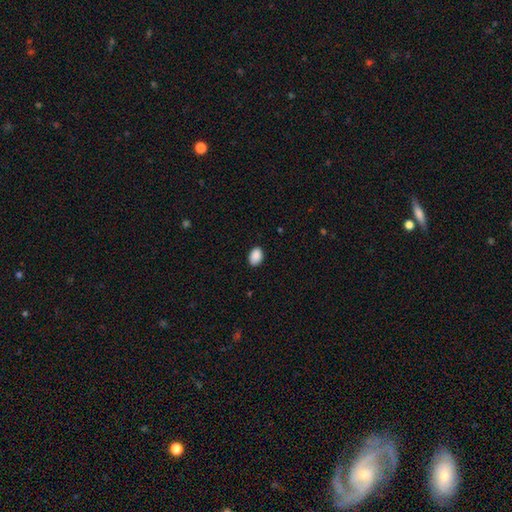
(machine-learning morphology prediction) Smooth or featured? Predicted: smooth (p=0.90). How rounded? Predicted: in between (p=0.82). Merging? Predicted: none (p=0.86).